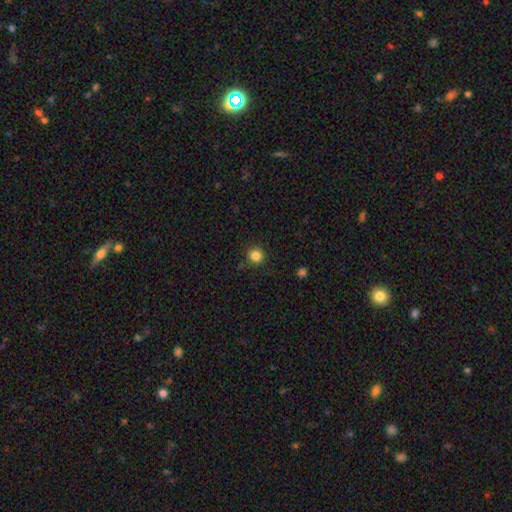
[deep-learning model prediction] A smooth galaxy with no disk features (85%) that is round (93%). Merging: none (90%).